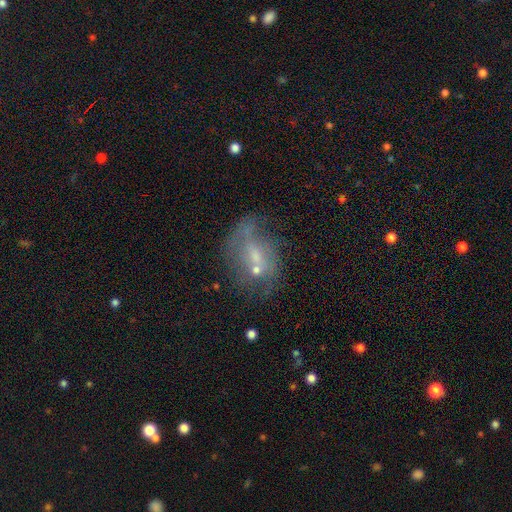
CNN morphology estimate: Smooth or featured? featured or disk (49%)
Merging? none (40%)